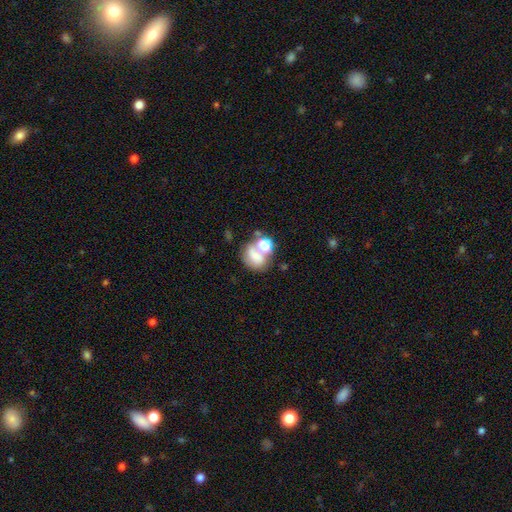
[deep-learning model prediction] Smooth or featured: smooth — 62% (featured or disk — 20%)
How rounded: in between — 50% (round — 48%)
Merging: merger — 42% (none — 33%)